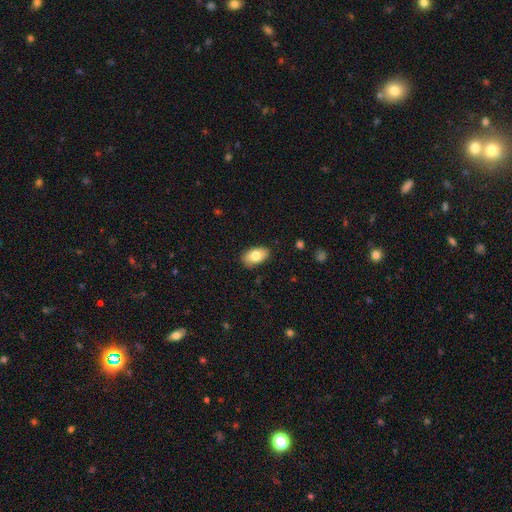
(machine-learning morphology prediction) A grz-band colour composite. It shows a smooth galaxy with no disk features (79%) that is in between round and cigar-shaped (93%). Merging: none (86%).